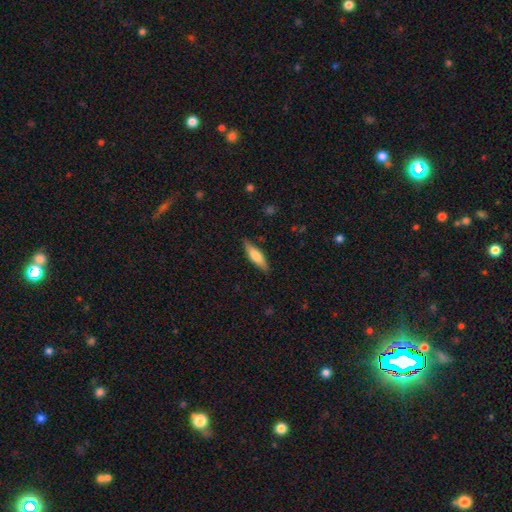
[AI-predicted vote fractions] smooth_or_featured: smooth (p=0.68) [alt: featured or disk p=0.27]
how_rounded: cigar-shaped (p=0.60) [alt: in between p=0.38]
merging: none (p=0.84) [alt: minor disturbance p=0.13]